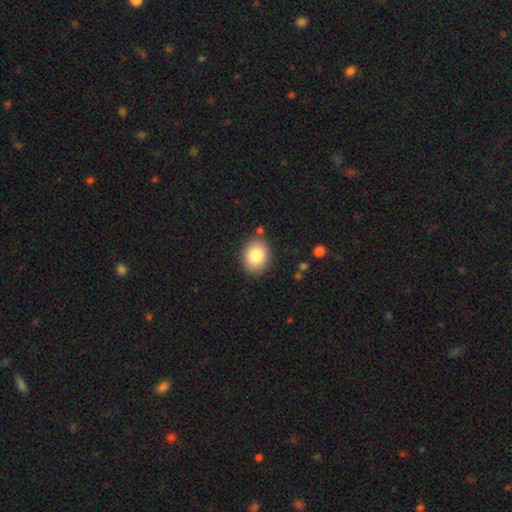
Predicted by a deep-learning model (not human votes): This is clearly a smooth galaxy (82%). How rounded: likely in between (61%). Merging: clearly none (85%).